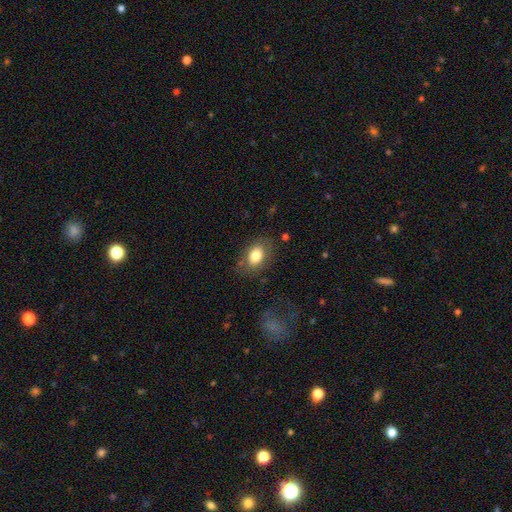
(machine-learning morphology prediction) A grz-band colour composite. It shows a smooth galaxy with no disk features (79%) that is in between round and cigar-shaped (81%). Merging: none (75%).